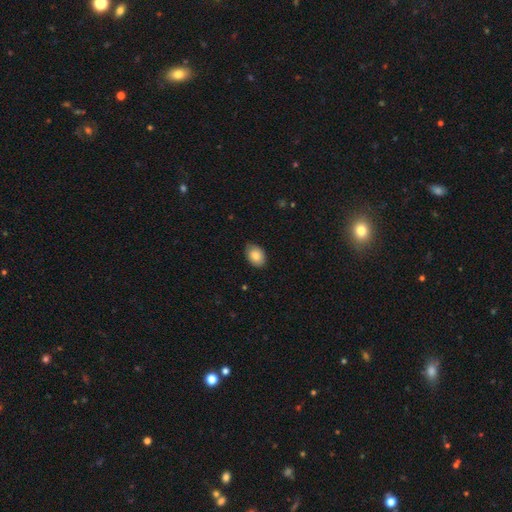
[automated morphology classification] A smooth galaxy with no disk features (85%) that is in between round and cigar-shaped (83%).

Vote fractions:
- Smooth or featured? smooth: 85% / featured or disk: 8% / star or artifact: 7%
- How rounded? in between: 83% / round: 16% / cigar-shaped: 1%
- Merging? none: 84% / minor disturbance: 13% / major disturbance: 2% / merger: 1%